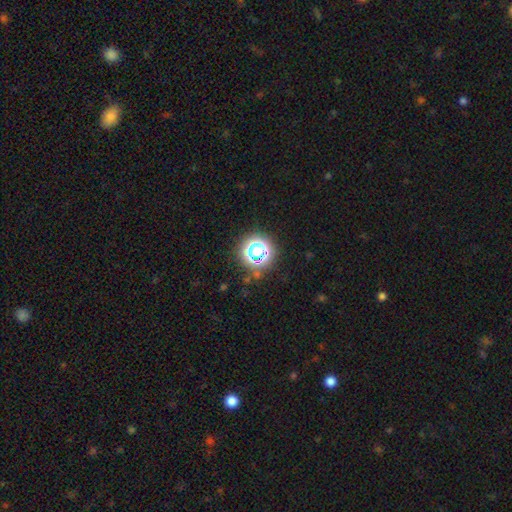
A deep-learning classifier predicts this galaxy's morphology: Smooth or featured?
  - star or artifact: 67% *
  - smooth: 26%
  - featured or disk: 7%